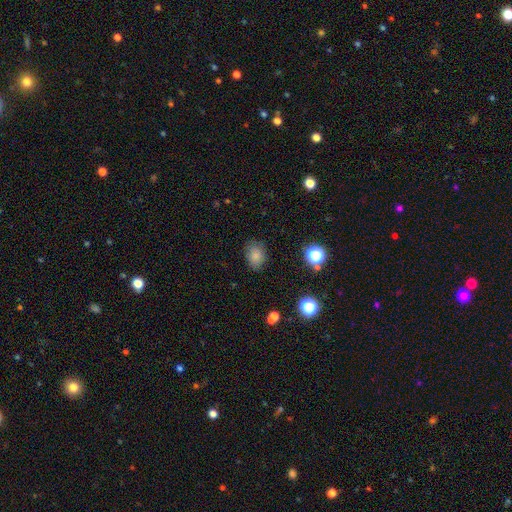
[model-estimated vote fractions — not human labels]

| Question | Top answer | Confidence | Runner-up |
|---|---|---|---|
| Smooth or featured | smooth | 82% | star or artifact (12%) |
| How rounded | in between | 65% | round (34%) |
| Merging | none | 79% | minor disturbance (16%) |